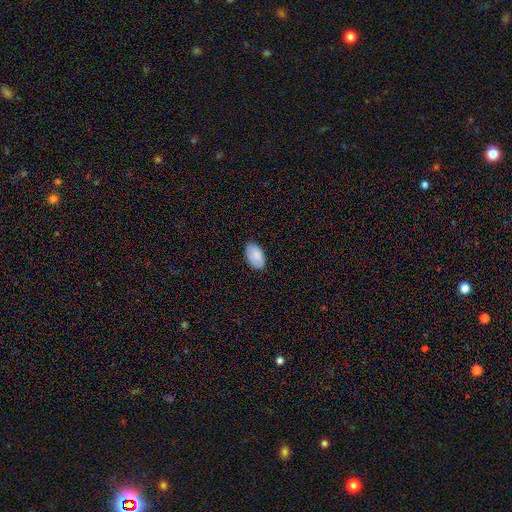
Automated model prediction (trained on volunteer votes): Smooth or featured? smooth (88%)
How rounded? in between (95%)
Merging? none (85%)